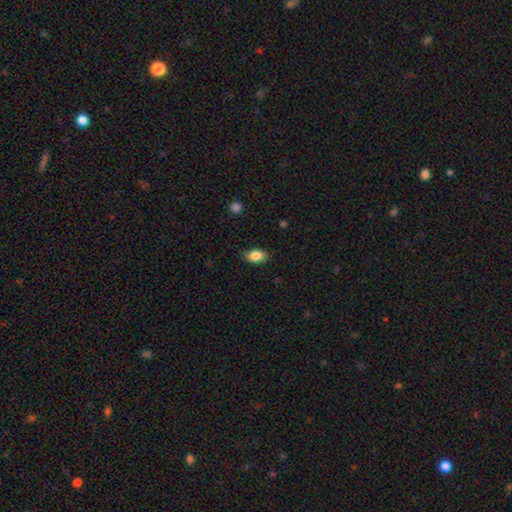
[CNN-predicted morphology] smooth_or_featured: smooth (p=0.86) [alt: star or artifact p=0.08]
how_rounded: in between (p=0.86) [alt: round p=0.13]
merging: none (p=0.83) [alt: minor disturbance p=0.14]